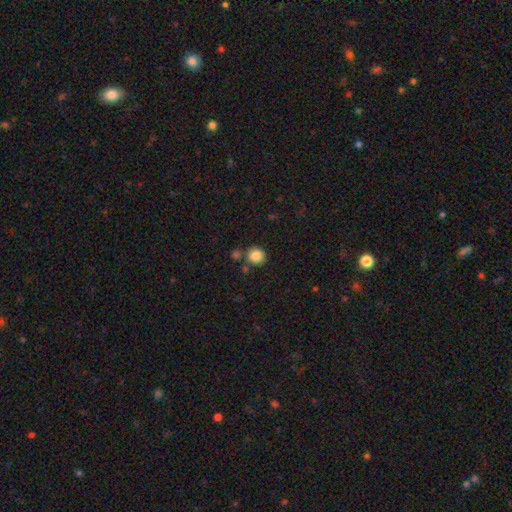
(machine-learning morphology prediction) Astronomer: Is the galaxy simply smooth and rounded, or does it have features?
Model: smooth — 86%.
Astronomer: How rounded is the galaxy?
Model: round — 88%.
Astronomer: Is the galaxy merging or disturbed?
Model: none — 78%.